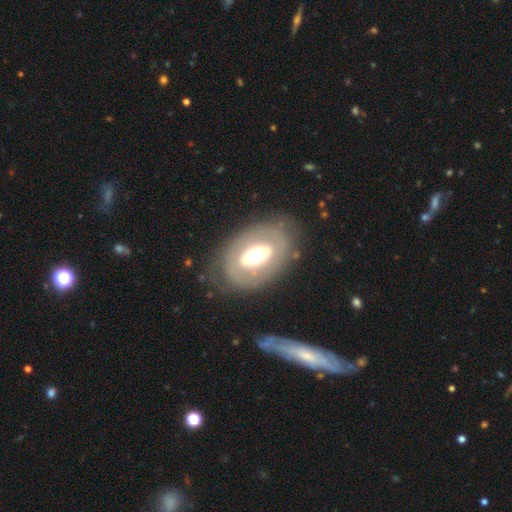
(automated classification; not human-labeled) Smooth or featured? featured or disk (58%)
Edge-on disk? no (92%)
Bar? no (53%)
Spiral arms? no (81%)
Bulge size? moderate (51%)
Merging? none (74%)